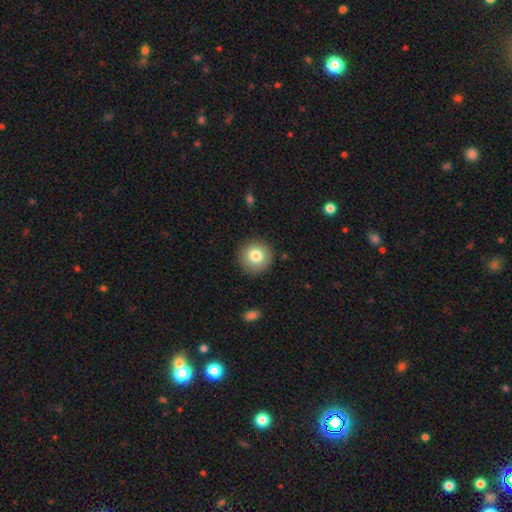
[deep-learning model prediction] Smooth or featured? smooth (80%)
How rounded? round (94%)
Merging? none (90%)